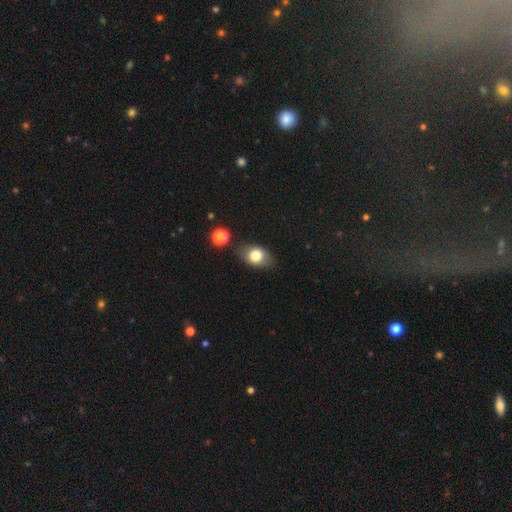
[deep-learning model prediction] A smooth galaxy with no disk features (77%) that is in between round and cigar-shaped (73%). Merging: none (73%).